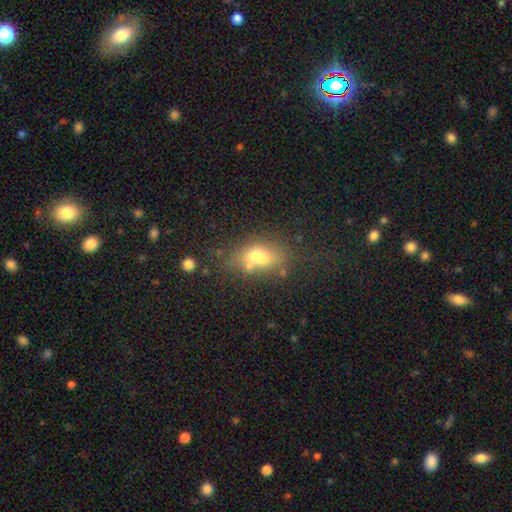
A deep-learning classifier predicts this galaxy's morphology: Smooth or featured? Predicted: smooth (p=0.63). How rounded? Predicted: in between (p=0.80). Merging? Predicted: none (p=0.45).